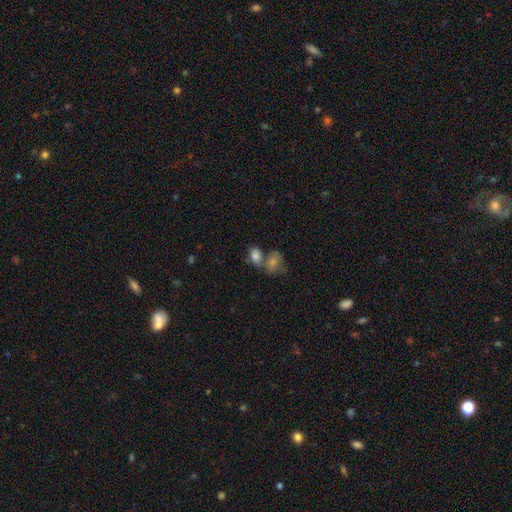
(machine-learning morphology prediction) smooth-or-featured: smooth: 79% | featured or disk: 11% | star or artifact: 10%
  how-rounded: in between: 73% | round: 26% | cigar-shaped: 2%
  merging: merger: 50% | none: 33% | minor disturbance: 12% | major disturbance: 6%